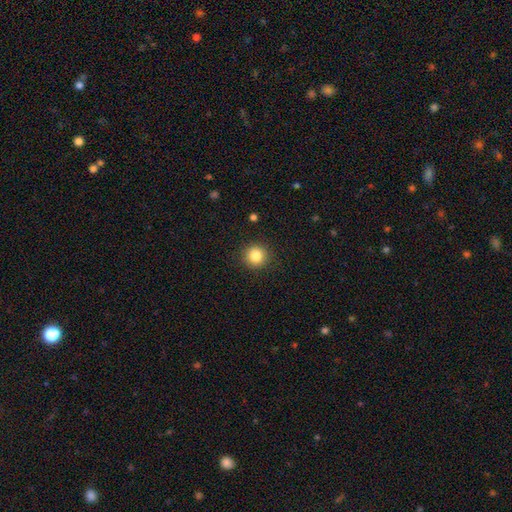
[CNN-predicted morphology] Smooth or featured?
  - smooth: 84% *
  - star or artifact: 10%
  - featured or disk: 5%
How rounded?
  - round: 94% *
  - in between: 5%
  - cigar-shaped: 1%
Merging?
  - none: 91% *
  - minor disturbance: 6%
  - major disturbance: 2%
  - merger: 1%